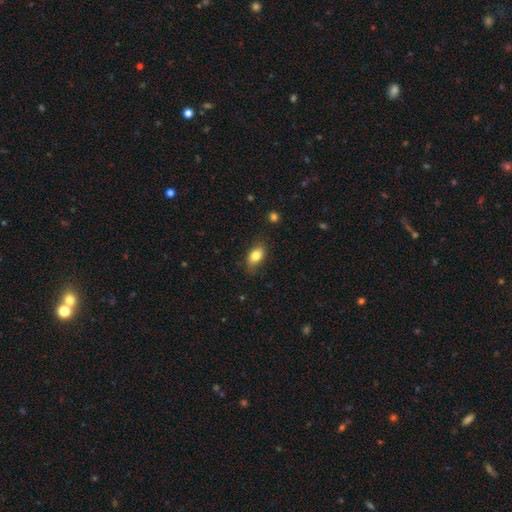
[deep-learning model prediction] Morphology: type=smooth (80%); roundness=in between (87%); merging=none (75%).